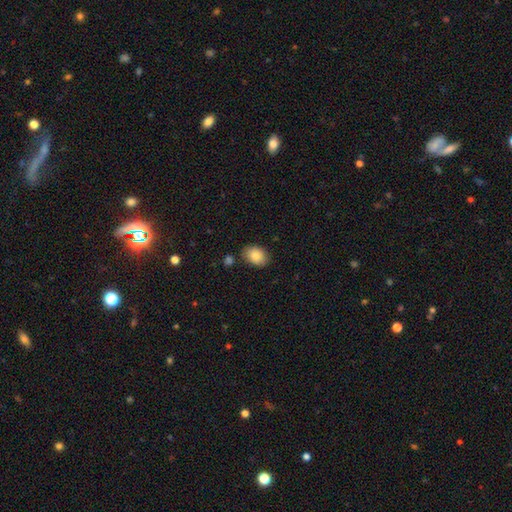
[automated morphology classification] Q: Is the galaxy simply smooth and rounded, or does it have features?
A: smooth — 85%.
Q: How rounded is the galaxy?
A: in between — 76%.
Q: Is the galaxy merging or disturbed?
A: none — 81%.